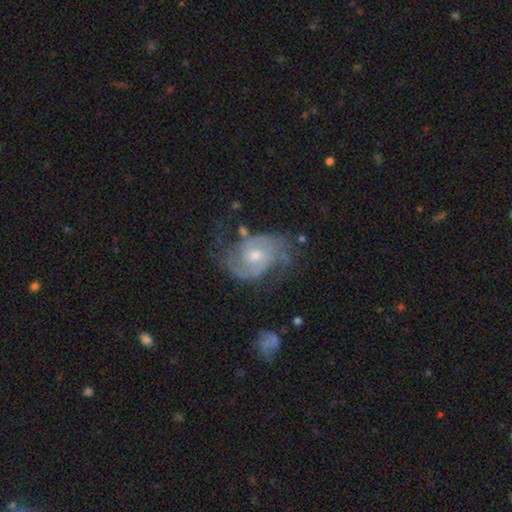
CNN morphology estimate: A featured or disk galaxy (82%) with no bar (64%), 2 (68%) medium (44%) spiral arms (92%) and a moderate central bulge (53%).

Vote fractions:
- Smooth or featured? featured or disk: 82% / smooth: 11% / star or artifact: 6%
- Edge-on disk? no: 97% / yes: 3%
- Bar? no: 64% / weak: 31% / strong: 5%
- Spiral arms? yes: 92% / no: 8%
- Spiral winding? medium: 44% / tight: 37% / loose: 19%
- Spiral arm count? 2: 68% / can't tell: 17% / 3: 6% / 1: 5% / 4: 2% / more than 4: 2%
- Bulge size? moderate: 53% / small: 43% / large: 2% / none: 1% / dominant: 1%
- Merging? none: 51% / minor disturbance: 25% / major disturbance: 20% / merger: 4%